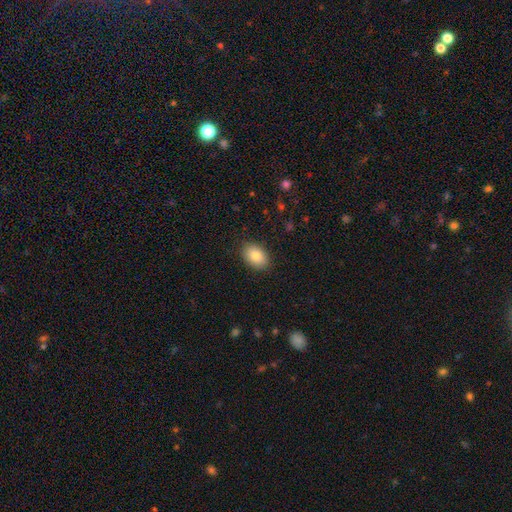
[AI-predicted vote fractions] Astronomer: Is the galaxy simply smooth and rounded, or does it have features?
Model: smooth — 84%.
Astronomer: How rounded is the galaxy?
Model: in between — 83%.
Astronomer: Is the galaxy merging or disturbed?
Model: none — 88%.